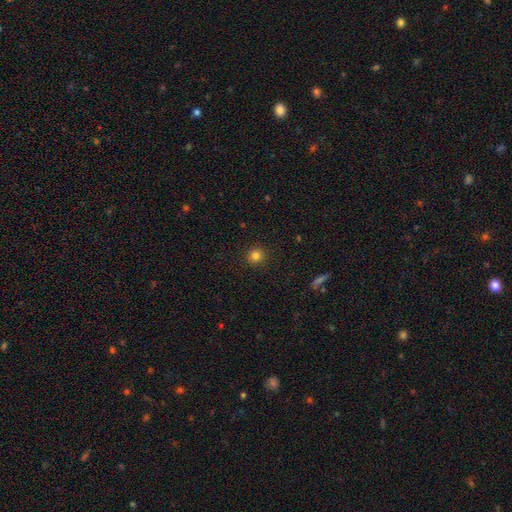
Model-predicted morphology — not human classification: Smooth or featured?
  - smooth: 82% *
  - star or artifact: 13%
  - featured or disk: 5%
How rounded?
  - round: 91% *
  - in between: 8%
  - cigar-shaped: 1%
Merging?
  - none: 91% *
  - minor disturbance: 6%
  - major disturbance: 2%
  - merger: 1%